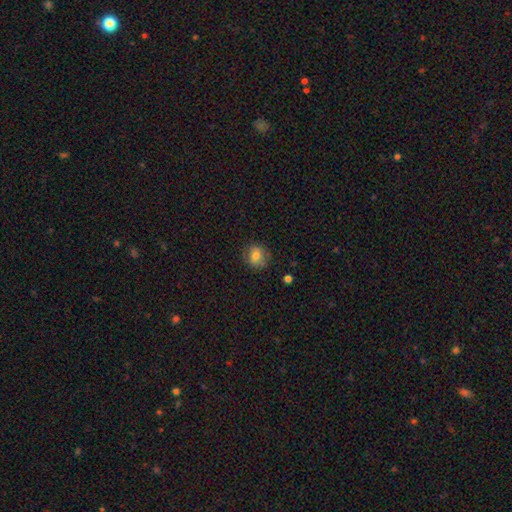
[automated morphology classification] Smooth or featured? Predicted: smooth (p=0.77). How rounded? Predicted: round (p=0.76). Merging? Predicted: none (p=0.80).